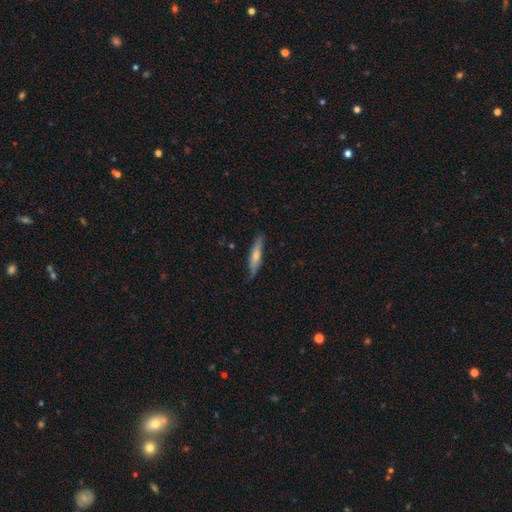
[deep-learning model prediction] Smooth or featured? featured or disk (53%)
Edge-on disk? yes (89%)
Merging? none (84%)